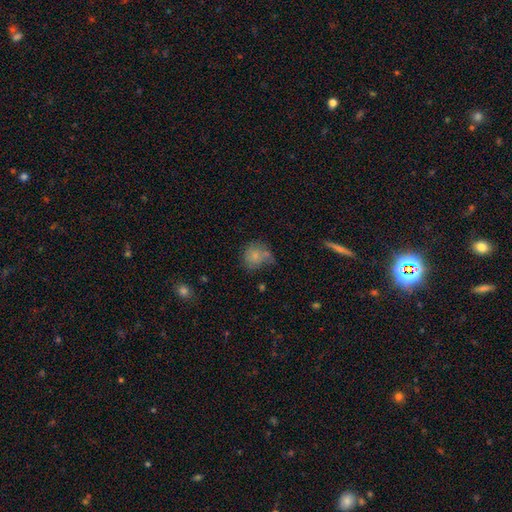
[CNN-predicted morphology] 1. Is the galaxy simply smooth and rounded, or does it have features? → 75% smooth, 15% featured or disk, 10% star or artifact.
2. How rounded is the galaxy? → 75% round, 24% in between, 1% cigar-shaped.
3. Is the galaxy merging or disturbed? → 44% none, 27% minor disturbance, 15% major disturbance, 14% merger.